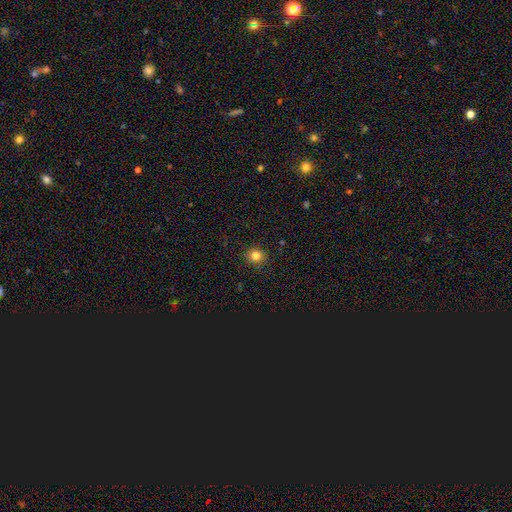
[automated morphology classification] type=smooth (82%); roundness=round (86%); merging=none (88%).